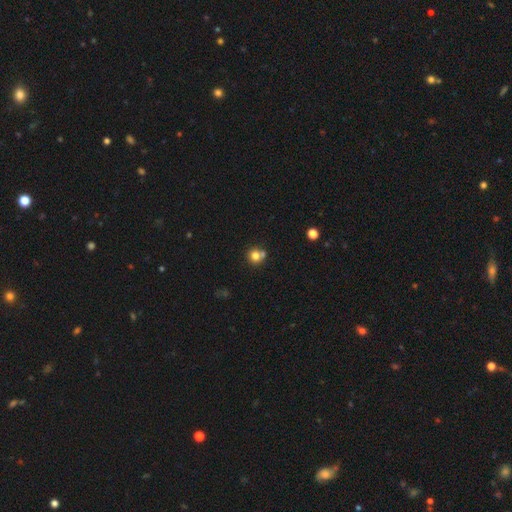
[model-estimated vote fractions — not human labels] smooth 77%, star or artifact 12%, featured or disk 11%. Down the decision tree: how rounded — round (89%); merging — none (57%).